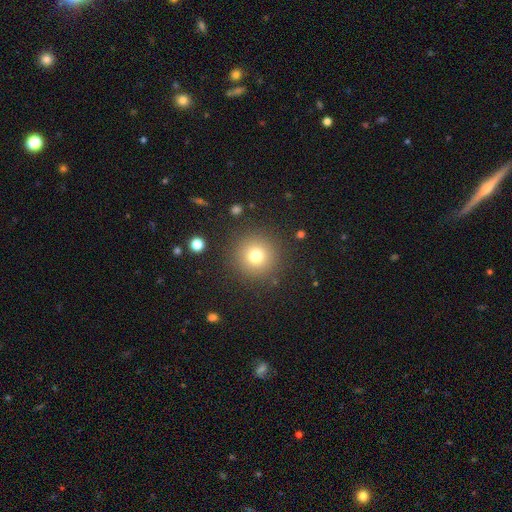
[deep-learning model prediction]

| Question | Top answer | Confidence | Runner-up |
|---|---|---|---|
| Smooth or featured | smooth | 76% | star or artifact (14%) |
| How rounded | round | 96% | in between (4%) |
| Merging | none | 88% | minor disturbance (6%) |